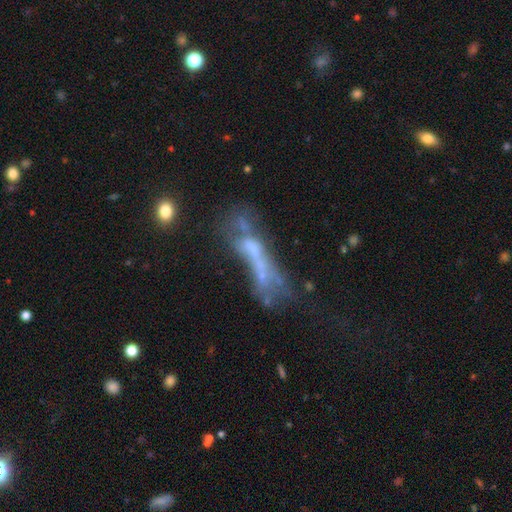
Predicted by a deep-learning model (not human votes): Smooth or featured? Predicted: featured or disk (p=0.52). Edge-on disk? Predicted: no (p=0.72). Merging? Predicted: major disturbance (p=0.34).